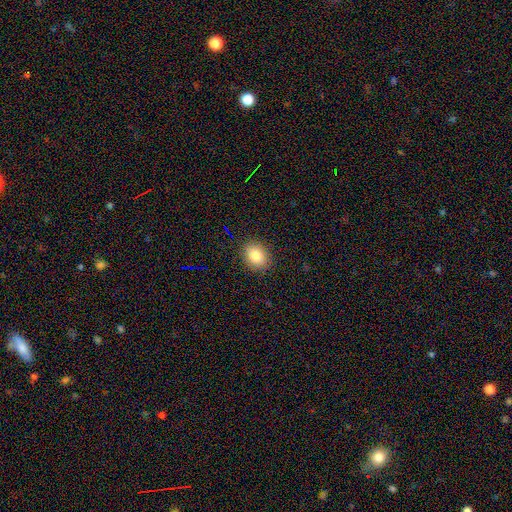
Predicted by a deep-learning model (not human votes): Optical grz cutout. It shows a smooth galaxy with no disk features (84%) that is in between round and cigar-shaped (52%). Merging: none (88%).